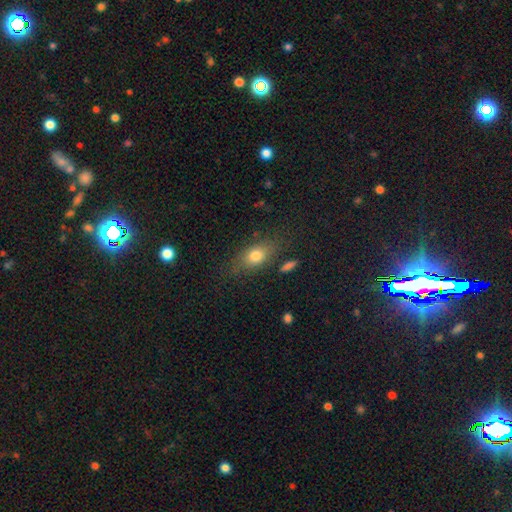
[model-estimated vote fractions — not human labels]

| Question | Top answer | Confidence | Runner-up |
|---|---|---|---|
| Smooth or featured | smooth | 75% | featured or disk (16%) |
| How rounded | in between | 76% | round (15%) |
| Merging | none | 74% | minor disturbance (16%) |